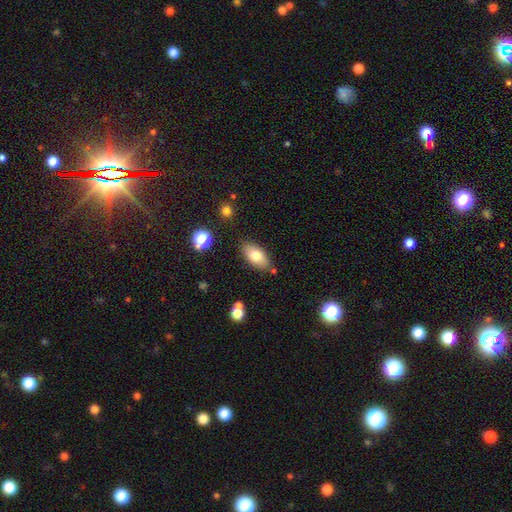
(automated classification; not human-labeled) smooth_or_featured: smooth (p=0.76) [alt: featured or disk p=0.16]
how_rounded: in between (p=0.92) [alt: round p=0.05]
merging: none (p=0.81) [alt: minor disturbance p=0.12]